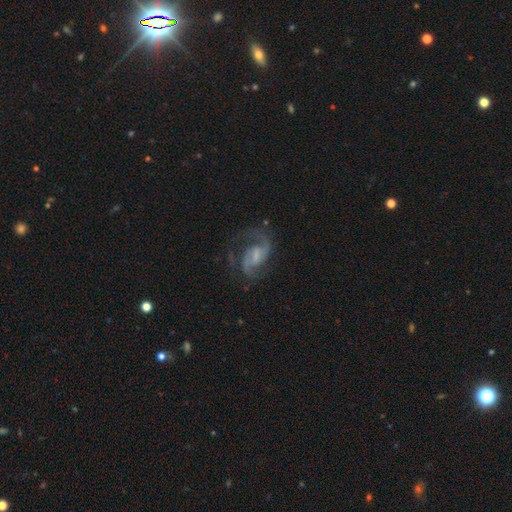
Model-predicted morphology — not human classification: This is clearly a featured or disk galaxy (86%). It is clearly not viewed edge-on (98%). Bar: possibly weak (52%). Spiral arm pattern: clearly yes (96%). Spiral arm count: clearly 2 (83%). Spiral winding: possibly medium (53%). Central bulge: marginally none (38%). Merging: likely none (62%).